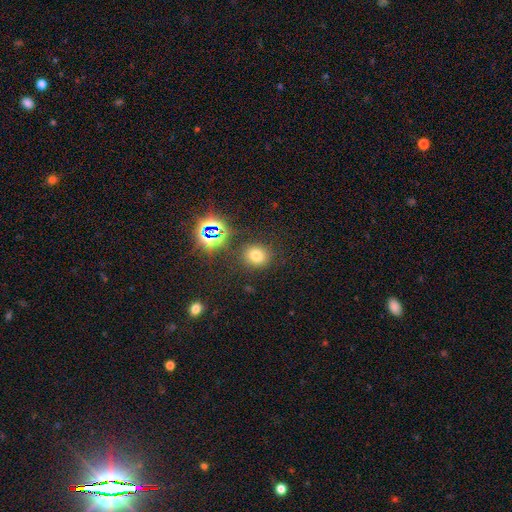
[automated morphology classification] The model was most divided on "how rounded": round: 73%, in between: 26%, cigar-shaped: 1%. More confident: merging — none (84%); smooth or featured — smooth (71%).